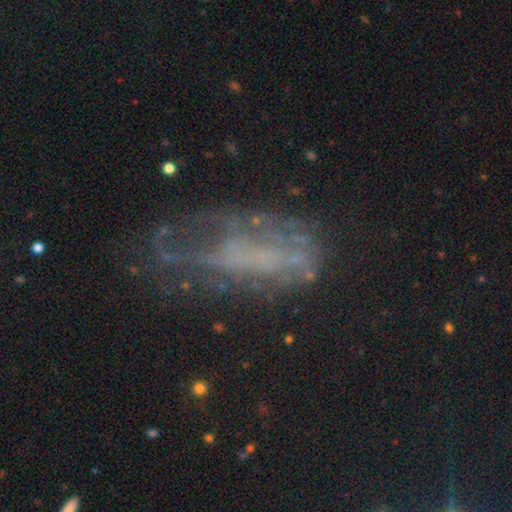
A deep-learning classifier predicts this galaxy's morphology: The model was most divided on "merging": none: 41%, major disturbance: 32%, minor disturbance: 24%, merger: 3%. Remaining: smooth or featured — featured or disk (49%).